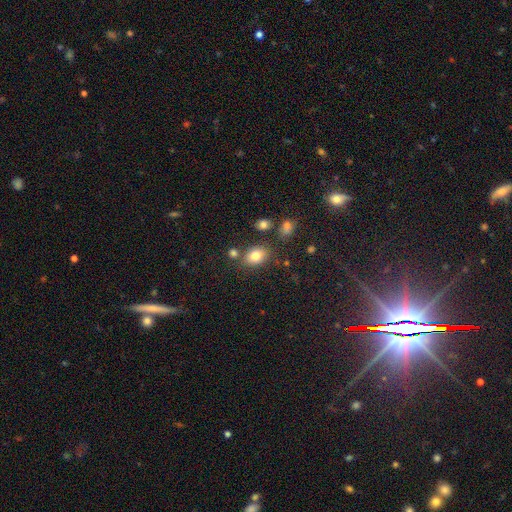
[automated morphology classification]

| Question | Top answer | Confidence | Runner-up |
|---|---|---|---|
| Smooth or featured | smooth | 80% | star or artifact (10%) |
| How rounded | in between | 73% | round (26%) |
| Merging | none | 74% | minor disturbance (13%) |